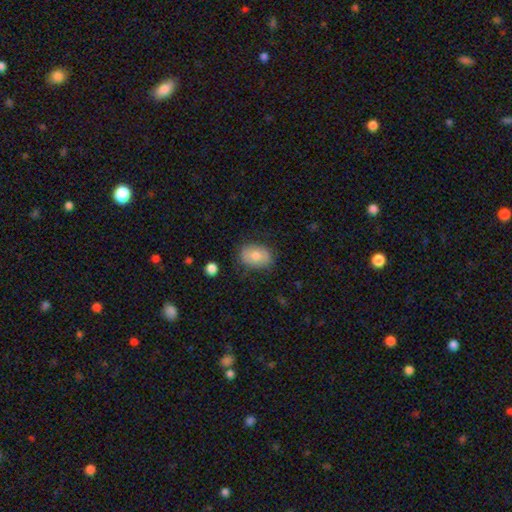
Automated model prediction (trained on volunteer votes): Smooth or featured?
  - smooth: 77% *
  - featured or disk: 16%
  - star or artifact: 7%
How rounded?
  - in between: 75% *
  - round: 24%
  - cigar-shaped: 1%
Merging?
  - none: 78% *
  - minor disturbance: 16%
  - major disturbance: 4%
  - merger: 2%